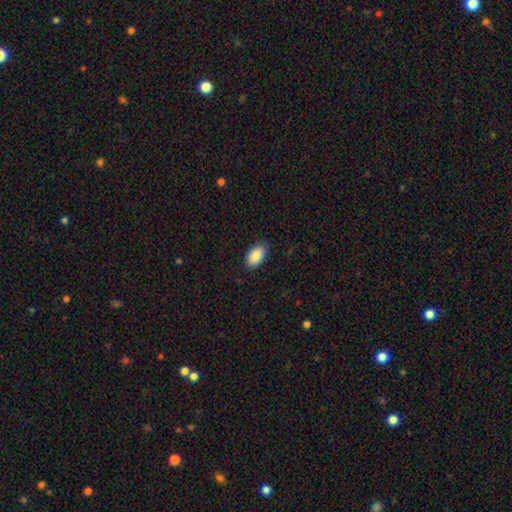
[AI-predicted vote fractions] Overall: smooth (89%). How rounded: in between (95%). Merging: none (88%).